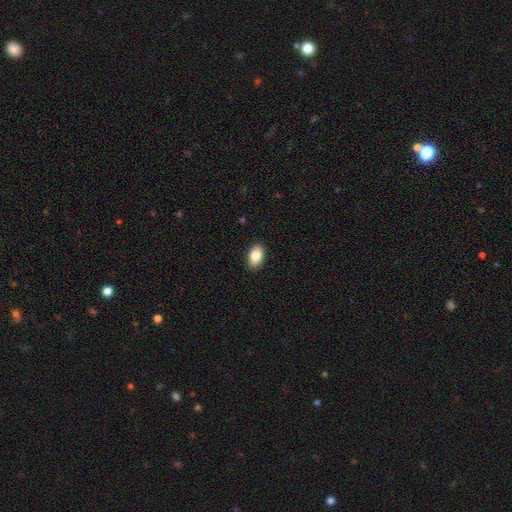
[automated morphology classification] This appears to be a smooth galaxy with no disk features (85%) that is in between round and cigar-shaped (91%). Merging: none (90%).